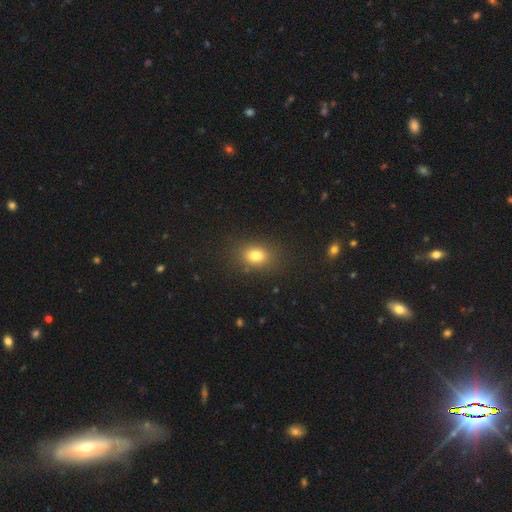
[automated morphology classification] A smooth galaxy with no disk features (78%) that is in between round and cigar-shaped (60%). Merging: none (83%).